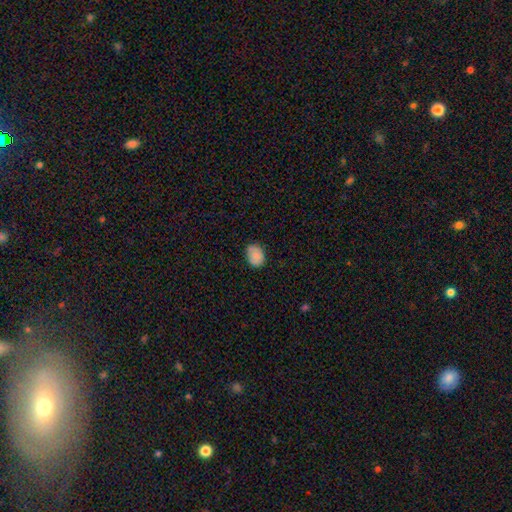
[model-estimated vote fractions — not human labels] smooth 85%, star or artifact 9%, featured or disk 7%. Down the decision tree: how rounded — in between (71%); merging — none (72%).